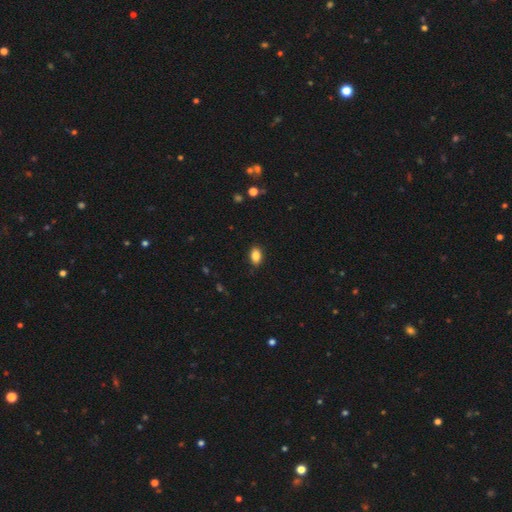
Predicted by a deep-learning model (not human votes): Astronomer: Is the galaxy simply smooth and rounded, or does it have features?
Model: smooth — 86%.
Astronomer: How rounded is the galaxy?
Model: in between — 87%.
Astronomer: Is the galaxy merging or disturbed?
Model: none — 87%.